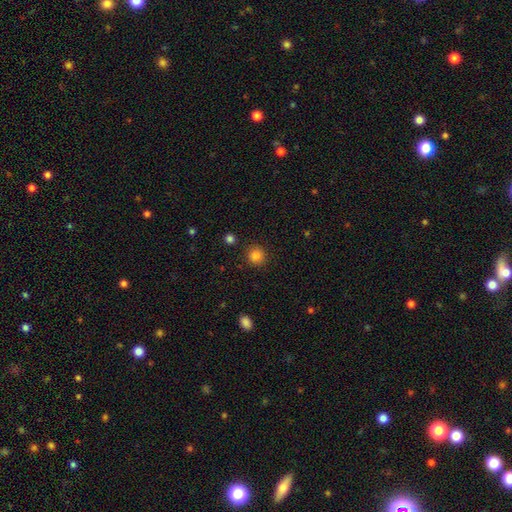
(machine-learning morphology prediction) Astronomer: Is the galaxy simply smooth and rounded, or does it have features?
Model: smooth — 85%.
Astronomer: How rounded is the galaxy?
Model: round — 92%.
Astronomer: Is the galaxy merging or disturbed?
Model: none — 89%.